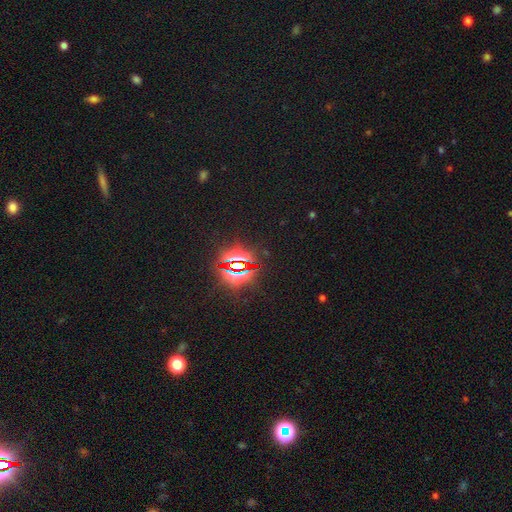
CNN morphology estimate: smooth-or-featured: star or artifact: 82% | smooth: 11% | featured or disk: 7%